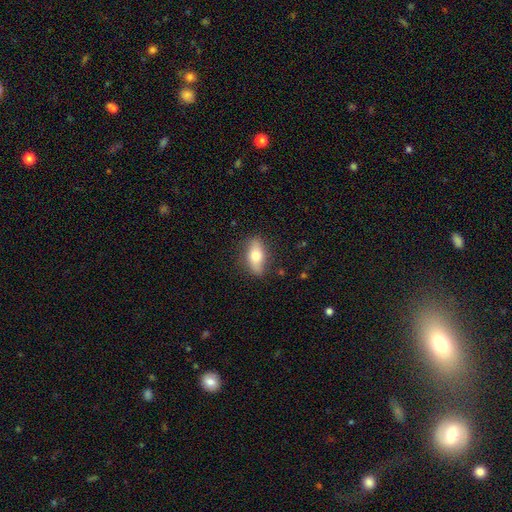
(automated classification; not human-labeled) Smooth or featured: smooth — 66% (featured or disk — 28%)
How rounded: in between — 80% (cigar-shaped — 15%)
Merging: none — 82% (minor disturbance — 14%)